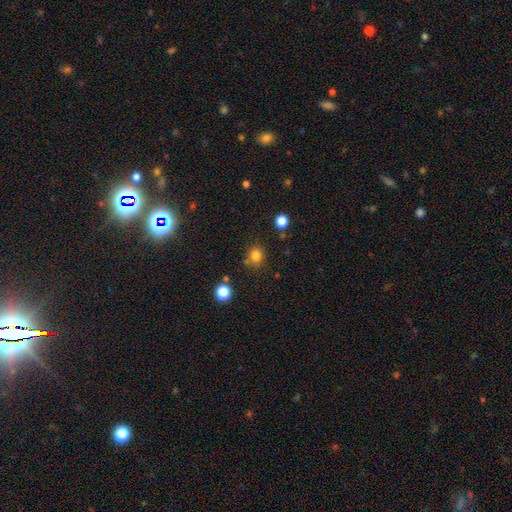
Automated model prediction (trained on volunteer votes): Smooth or featured? Predicted: smooth (p=0.80). How rounded? Predicted: round (p=0.76). Merging? Predicted: none (p=0.76).